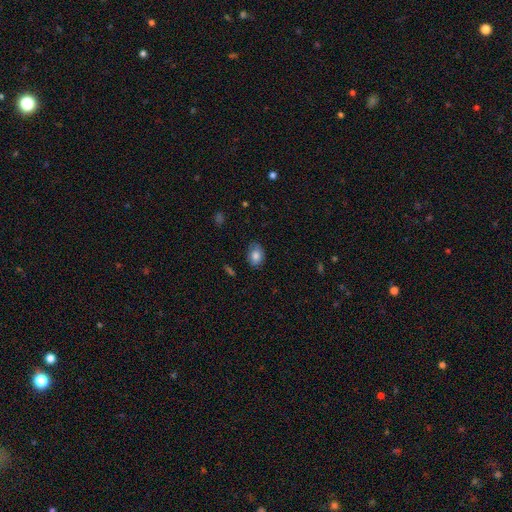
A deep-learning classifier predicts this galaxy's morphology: smooth_or_featured: smooth (p=0.82) [alt: featured or disk p=0.10]
how_rounded: in between (p=0.72) [alt: round p=0.27]
merging: none (p=0.76) [alt: minor disturbance p=0.19]